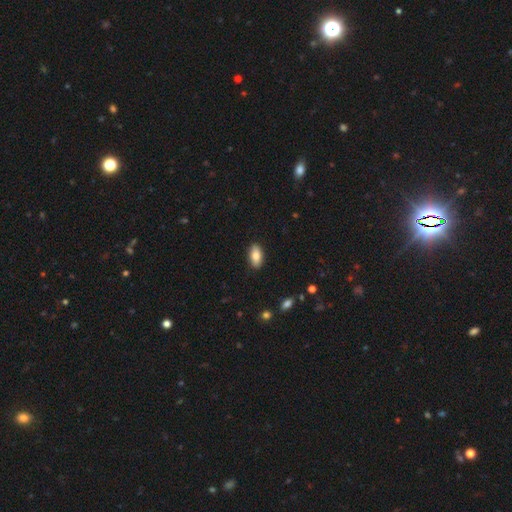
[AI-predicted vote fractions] Smooth or featured? smooth (81%)
How rounded? in between (91%)
Merging? none (88%)